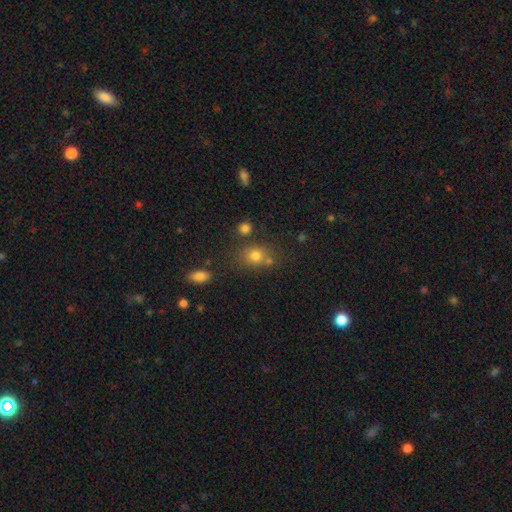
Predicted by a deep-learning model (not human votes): smooth_or_featured: smooth (p=0.74) [alt: star or artifact p=0.16]
how_rounded: round (p=0.65) [alt: in between p=0.34]
merging: none (p=0.65) [alt: merger p=0.16]